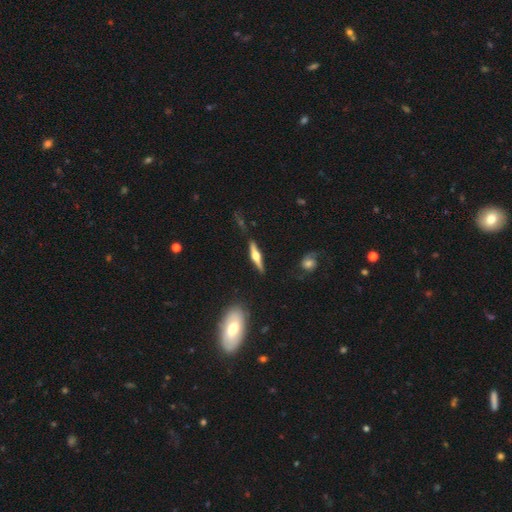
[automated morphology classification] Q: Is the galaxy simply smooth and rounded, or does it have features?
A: featured or disk — 74%.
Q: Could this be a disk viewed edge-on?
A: yes — 96%.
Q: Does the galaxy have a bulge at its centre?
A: rounded — 94%.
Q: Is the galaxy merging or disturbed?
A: none — 82%.